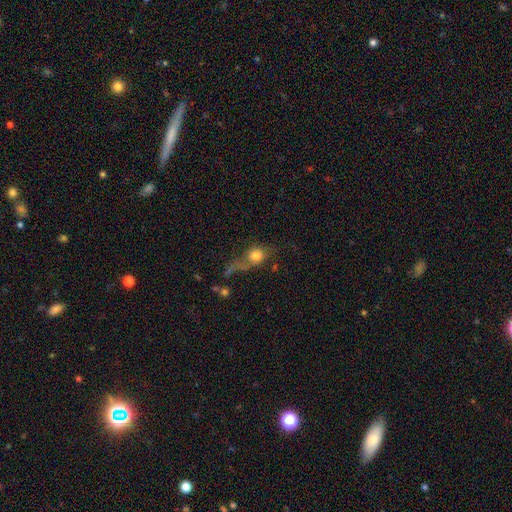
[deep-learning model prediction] Smooth or featured: smooth — 68% (featured or disk — 20%)
How rounded: round — 57% (in between — 36%)
Merging: major disturbance — 33% (none — 32%)